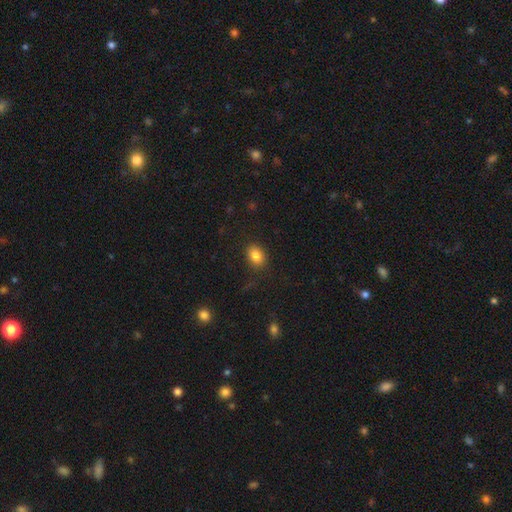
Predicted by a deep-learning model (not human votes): This appears to be a smooth galaxy with no disk features (84%) that is in between round and cigar-shaped (63%). Merging: none (83%).